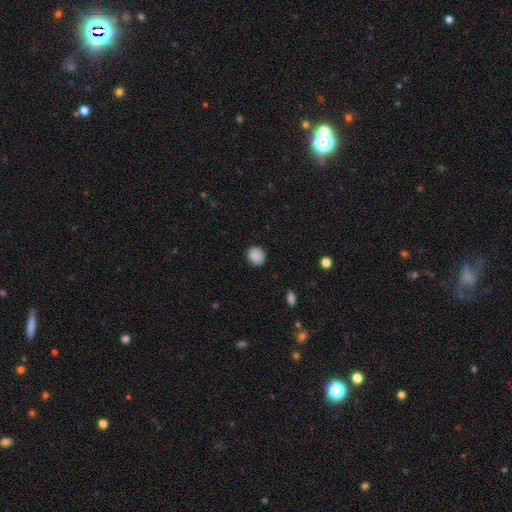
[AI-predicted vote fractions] Q: Smooth or featured?
A: smooth (88%); runner-up: star or artifact (8%)
Q: How rounded?
A: round (68%); runner-up: in between (31%)
Q: Merging?
A: none (87%); runner-up: minor disturbance (10%)